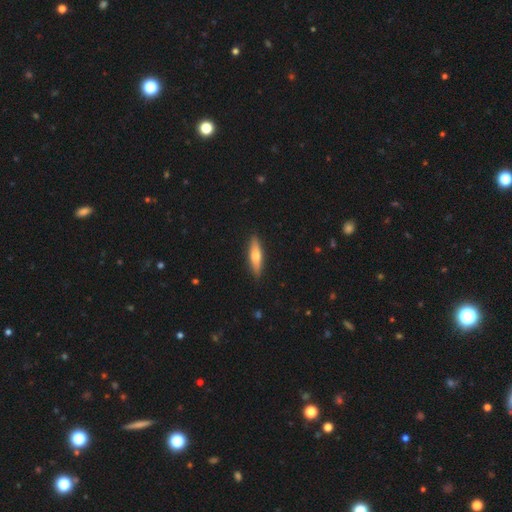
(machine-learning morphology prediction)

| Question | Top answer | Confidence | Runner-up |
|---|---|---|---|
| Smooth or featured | smooth | 59% | featured or disk (36%) |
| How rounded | cigar-shaped | 72% | in between (26%) |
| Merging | none | 89% | minor disturbance (9%) |